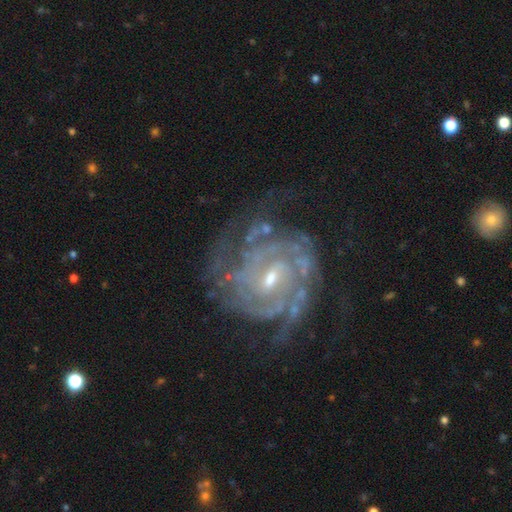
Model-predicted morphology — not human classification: smooth-or-featured: featured or disk: 88% | star or artifact: 8% | smooth: 4%
  disk-edge-on: no: 97% | yes: 3%
    bar: weak: 42% | no: 37% | strong: 21%
    has-spiral-arms: yes: 97% | no: 3%
      spiral-winding: tight: 73% | medium: 23% | loose: 4%
      spiral-arm-count: can't tell: 27% | 4: 20% | 3: 18% | 2: 14% | more than 4: 12% | 1: 9%
    bulge-size: small: 62% | moderate: 34% | large: 2% | none: 2% | dominant: 1%
  merging: none: 72% | minor disturbance: 16% | major disturbance: 10% | merger: 2%